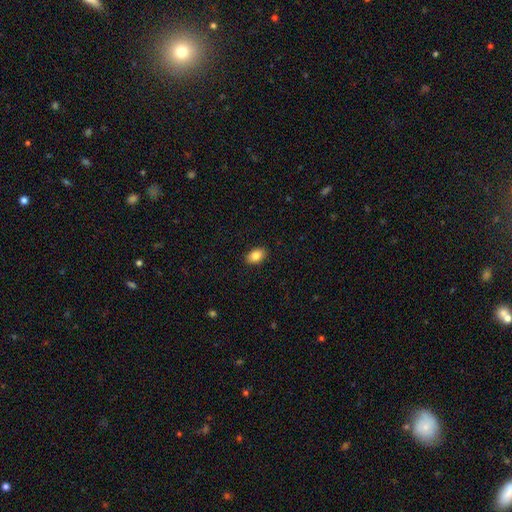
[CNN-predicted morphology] Smooth or featured?
  - smooth: 83% *
  - featured or disk: 8%
  - star or artifact: 8%
How rounded?
  - in between: 86% *
  - round: 13%
  - cigar-shaped: 1%
Merging?
  - none: 90% *
  - minor disturbance: 7%
  - major disturbance: 2%
  - merger: 1%